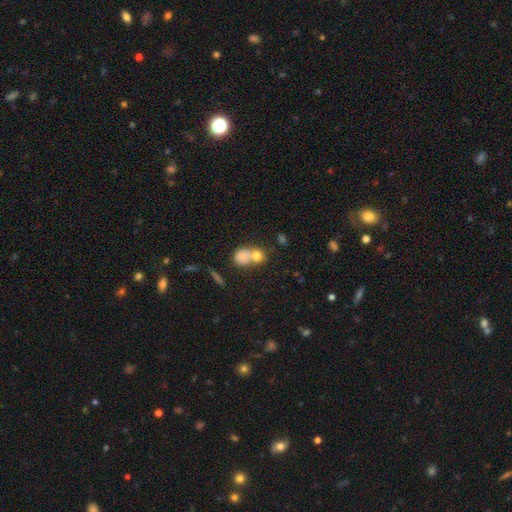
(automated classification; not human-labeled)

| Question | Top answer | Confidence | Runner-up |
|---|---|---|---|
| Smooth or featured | smooth | 72% | star or artifact (16%) |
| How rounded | round | 68% | in between (30%) |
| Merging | merger | 48% | none (39%) |